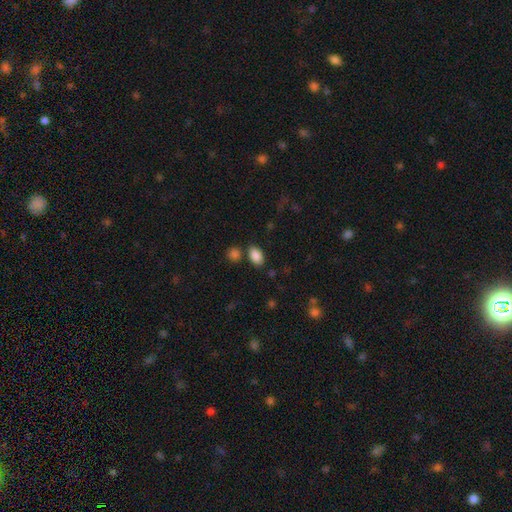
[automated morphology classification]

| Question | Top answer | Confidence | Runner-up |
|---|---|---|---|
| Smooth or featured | smooth | 87% | star or artifact (9%) |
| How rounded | in between | 89% | round (10%) |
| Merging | none | 77% | minor disturbance (11%) |